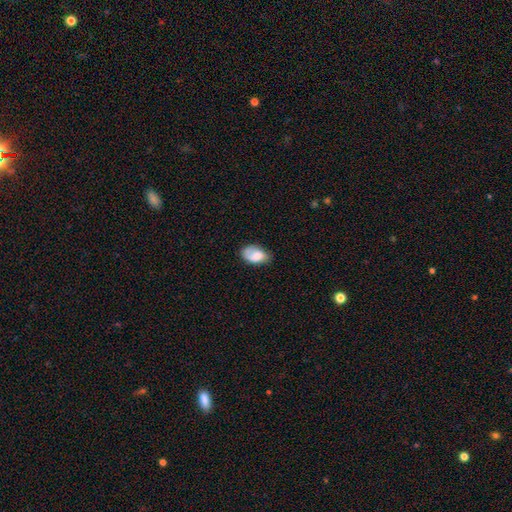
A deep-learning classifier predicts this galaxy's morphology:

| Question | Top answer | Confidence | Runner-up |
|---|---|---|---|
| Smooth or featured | smooth | 73% | featured or disk (20%) |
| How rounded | in between | 91% | round (8%) |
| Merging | none | 57% | minor disturbance (30%) |